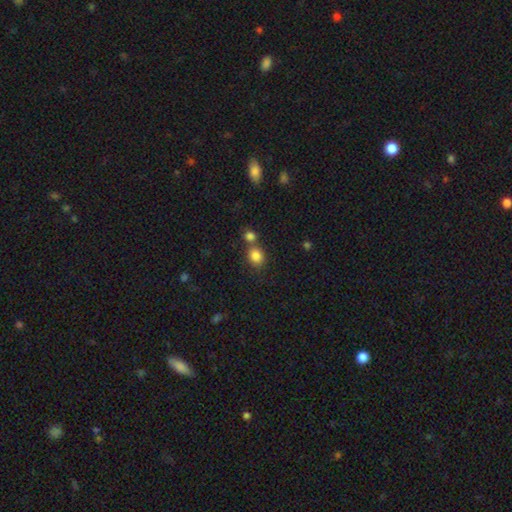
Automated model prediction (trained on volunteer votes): Q: Smooth or featured?
A: smooth (84%); runner-up: star or artifact (11%)
Q: How rounded?
A: round (67%); runner-up: in between (32%)
Q: Merging?
A: none (56%); runner-up: merger (33%)